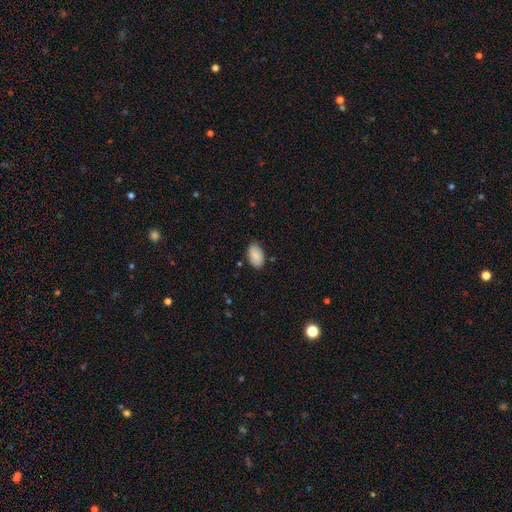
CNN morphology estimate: This appears to be a smooth galaxy with no disk features (86%) that is in between round and cigar-shaped (94%). Merging: none (79%).